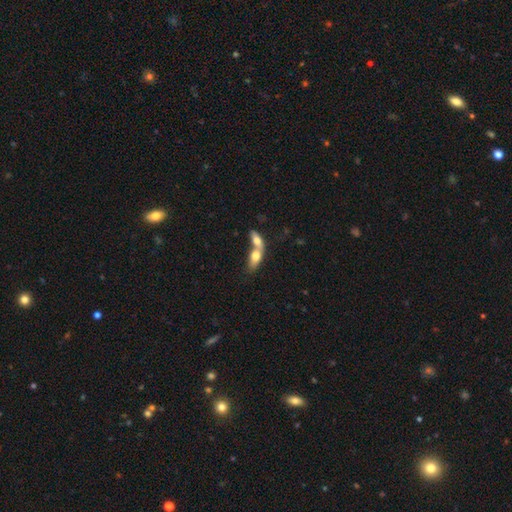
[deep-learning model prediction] Smooth or featured?
  - smooth: 70% *
  - featured or disk: 23%
  - star or artifact: 7%
How rounded?
  - in between: 77% *
  - cigar-shaped: 13%
  - round: 9%
Merging?
  - merger: 78% *
  - none: 14%
  - minor disturbance: 5%
  - major disturbance: 4%